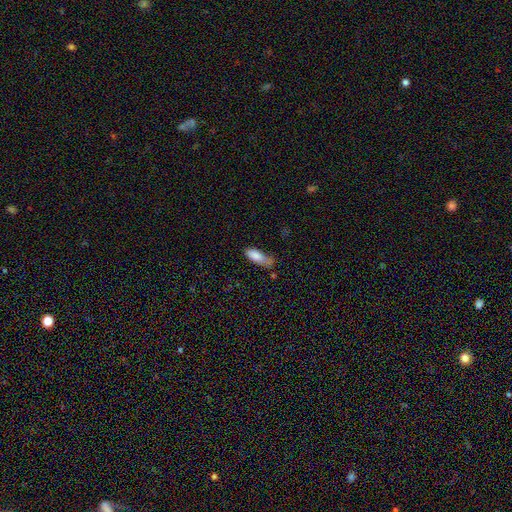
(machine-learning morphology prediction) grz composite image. It shows a smooth galaxy with no disk features (83%) that is in between round and cigar-shaped (72%). Merging: none (42%).